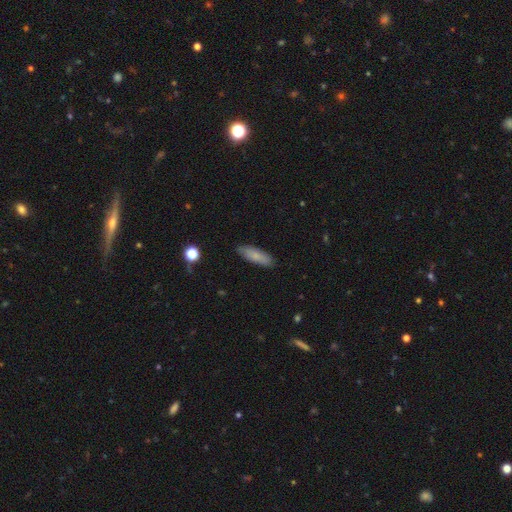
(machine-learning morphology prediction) Smooth or featured? Predicted: smooth (p=0.78). How rounded? Predicted: cigar-shaped (p=0.54). Merging? Predicted: none (p=0.87).